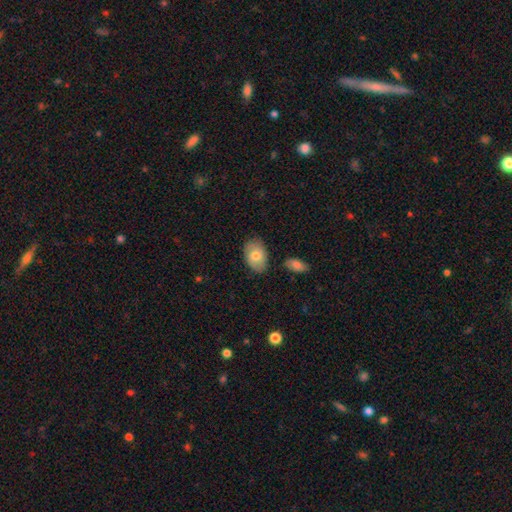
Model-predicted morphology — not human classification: Smooth or featured?
  - smooth: 74% *
  - featured or disk: 20%
  - star or artifact: 6%
How rounded?
  - in between: 88% *
  - round: 11%
  - cigar-shaped: 1%
Merging?
  - none: 79% *
  - minor disturbance: 14%
  - merger: 4%
  - major disturbance: 3%